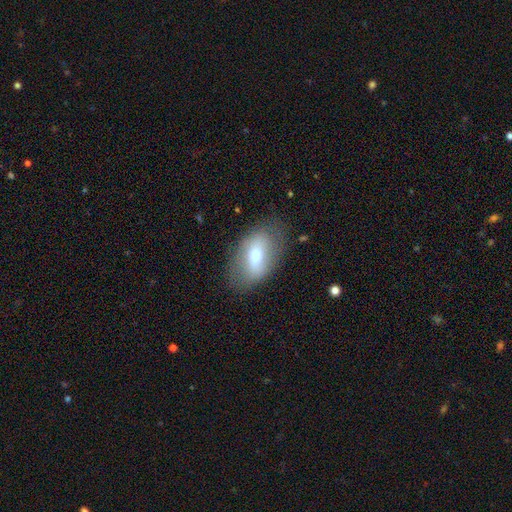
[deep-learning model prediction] Morphology: type=smooth (60%); roundness=in between (89%); merging=none (75%).